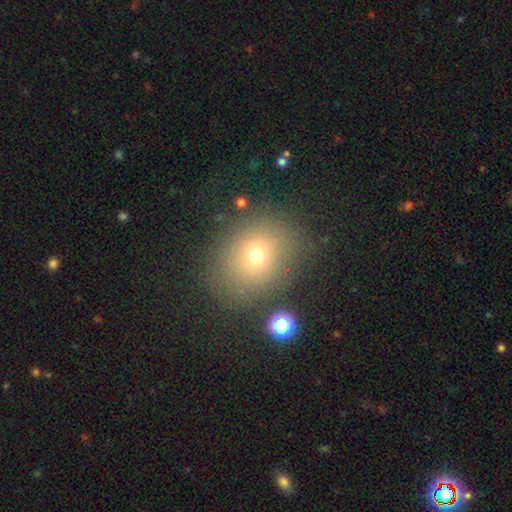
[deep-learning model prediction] Smooth or featured: smooth — 68% (star or artifact — 17%)
How rounded: round — 60% (in between — 39%)
Merging: none — 77% (minor disturbance — 13%)